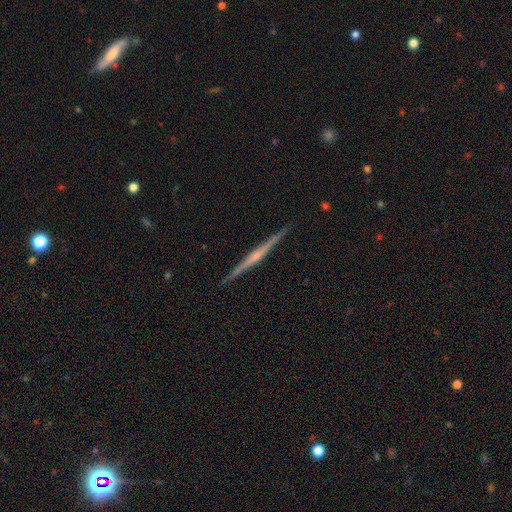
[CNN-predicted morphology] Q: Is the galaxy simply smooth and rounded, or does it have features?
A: featured or disk — 78%.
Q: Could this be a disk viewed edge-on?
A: yes — 98%.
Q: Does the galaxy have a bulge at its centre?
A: rounded — 54%.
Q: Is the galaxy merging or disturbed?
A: none — 92%.